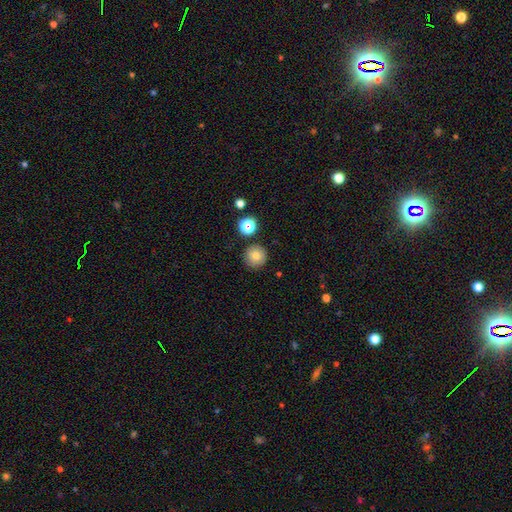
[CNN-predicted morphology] smooth-or-featured: smooth: 79% | star or artifact: 12% | featured or disk: 8%
  how-rounded: round: 96% | in between: 3% | cigar-shaped: 1%
  merging: none: 89% | minor disturbance: 6% | merger: 3% | major disturbance: 2%